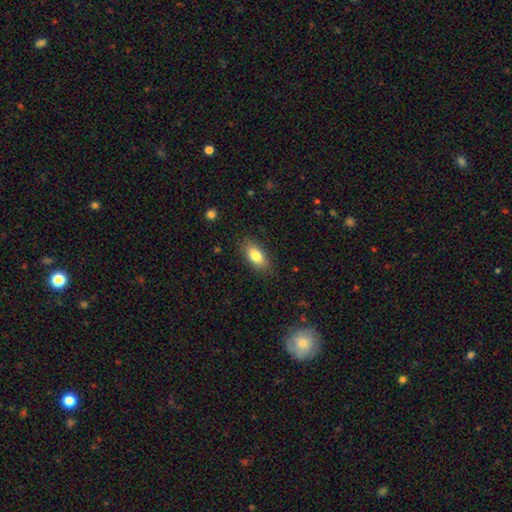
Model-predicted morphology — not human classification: smooth 82%, featured or disk 11%, star or artifact 7%. Down the decision tree: how rounded — in between (88%); merging — none (84%).